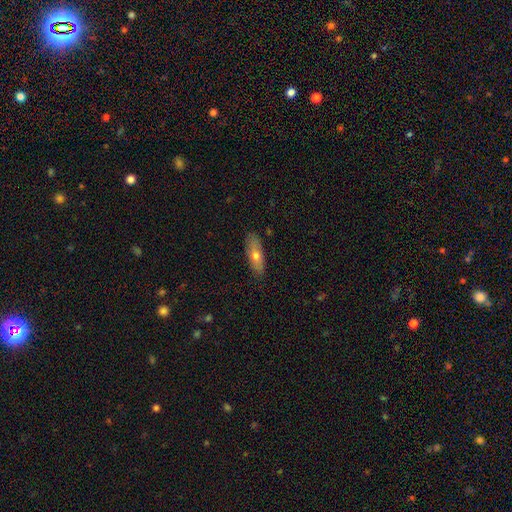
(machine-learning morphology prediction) type=smooth (67%); roundness=in between (61%); merging=none (85%).